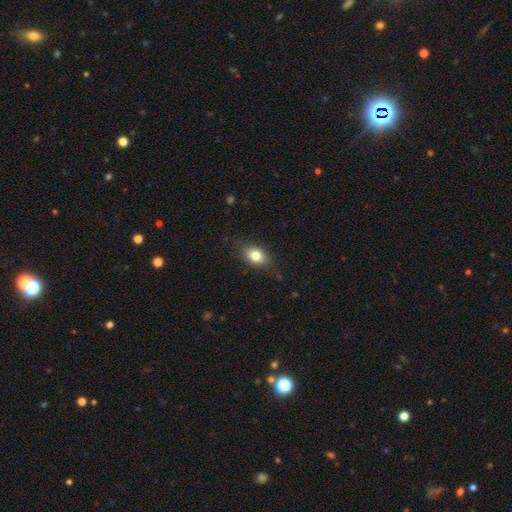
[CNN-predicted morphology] This appears to be a smooth galaxy with no disk features (80%) that is in between round and cigar-shaped (77%). Merging: none (81%).